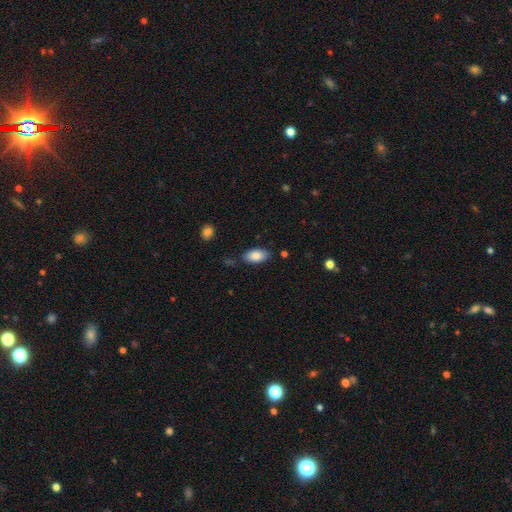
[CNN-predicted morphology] Smooth or featured? smooth (85%)
How rounded? in between (94%)
Merging? none (81%)